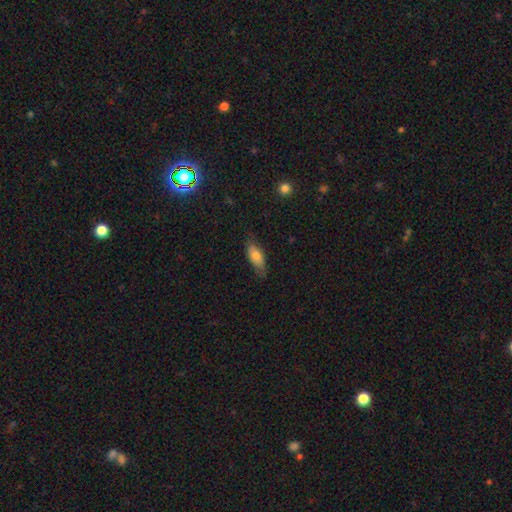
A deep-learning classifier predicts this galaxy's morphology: smooth-or-featured: smooth: 71% | featured or disk: 22% | star or artifact: 7%
  how-rounded: in between: 77% | cigar-shaped: 20% | round: 3%
  merging: none: 69% | minor disturbance: 24% | major disturbance: 6% | merger: 1%